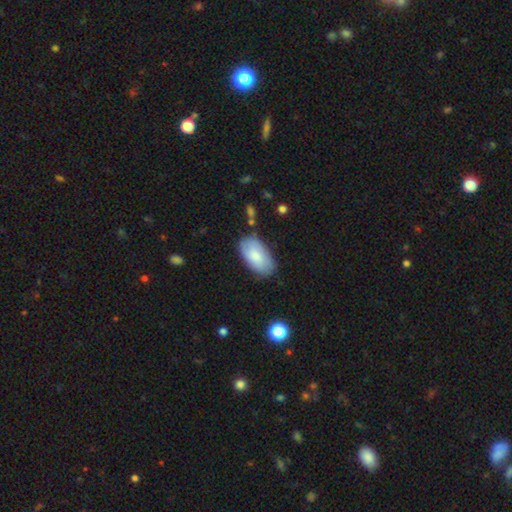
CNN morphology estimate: Overall: smooth (73%). How rounded: in between (95%). Merging: none (76%).